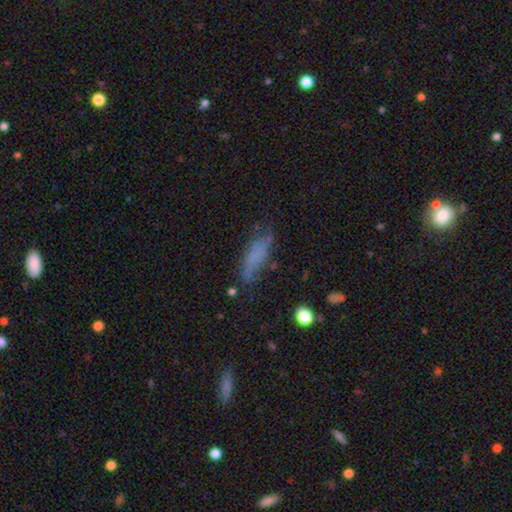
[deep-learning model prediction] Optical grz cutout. It shows a smooth galaxy with no disk features (58%) that is in between round and cigar-shaped (52%). Merging: none (55%).